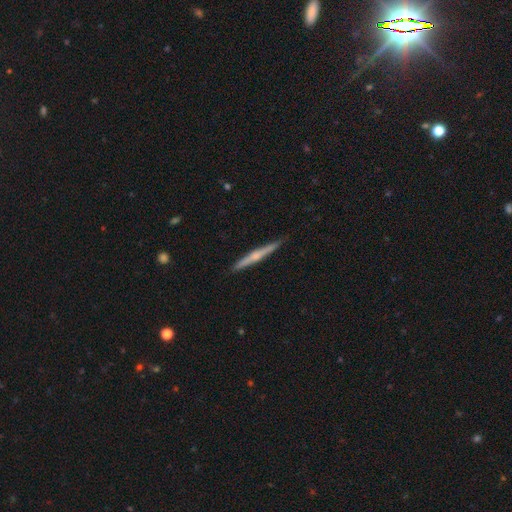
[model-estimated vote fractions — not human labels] This appears to be a featured or disk galaxy (62%) viewed edge-on (98%) with a rounded central bulge (64%). Merging: none (90%).